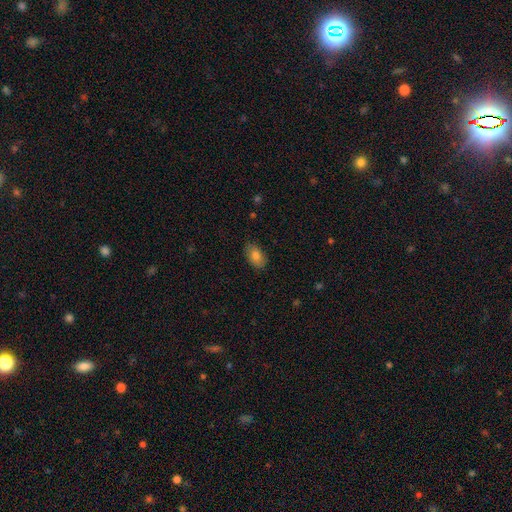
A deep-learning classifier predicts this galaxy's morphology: Smooth or featured? Predicted: smooth (p=0.81). How rounded? Predicted: in between (p=0.90). Merging? Predicted: none (p=0.82).